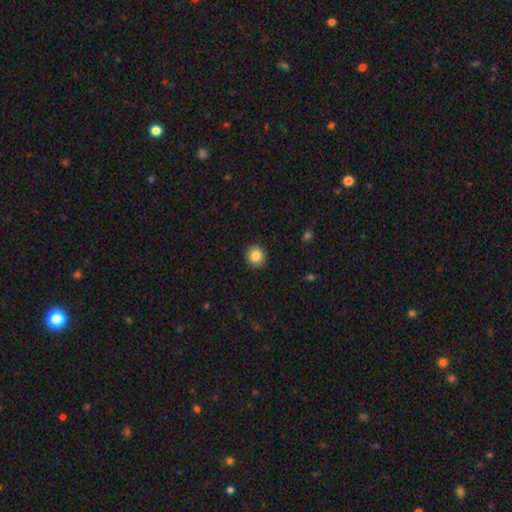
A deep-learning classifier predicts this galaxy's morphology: Smooth or featured? smooth (85%)
How rounded? round (90%)
Merging? none (92%)